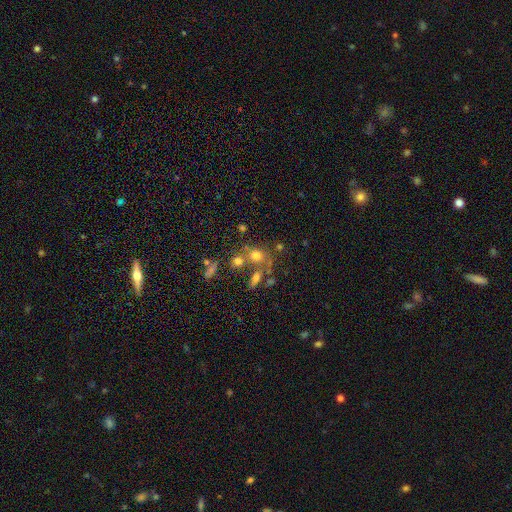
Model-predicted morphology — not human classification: Overall: smooth (65%). How rounded: round (64%; in between 33%). Merging: none (47%; merger 33%).